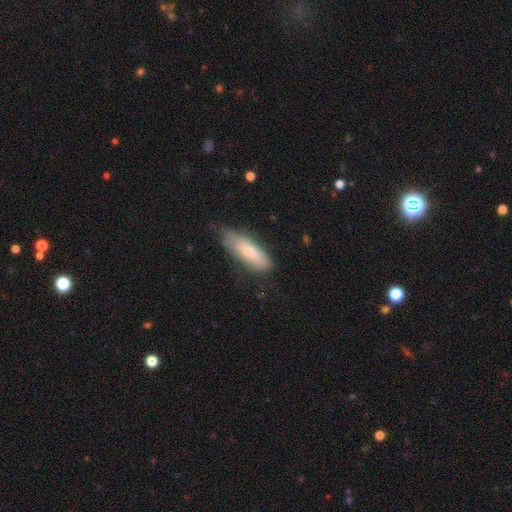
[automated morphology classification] Smooth or featured? Predicted: smooth (p=0.73). How rounded? Predicted: in between (p=0.63). Merging? Predicted: none (p=0.53).